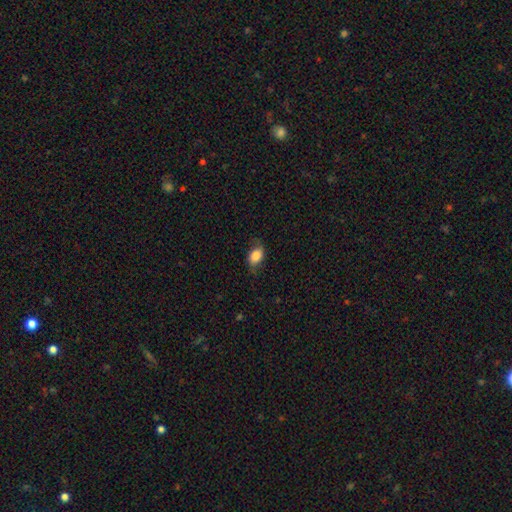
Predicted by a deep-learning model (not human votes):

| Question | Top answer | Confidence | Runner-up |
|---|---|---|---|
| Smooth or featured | smooth | 75% | featured or disk (17%) |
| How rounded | in between | 83% | round (15%) |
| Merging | none | 66% | minor disturbance (25%) |